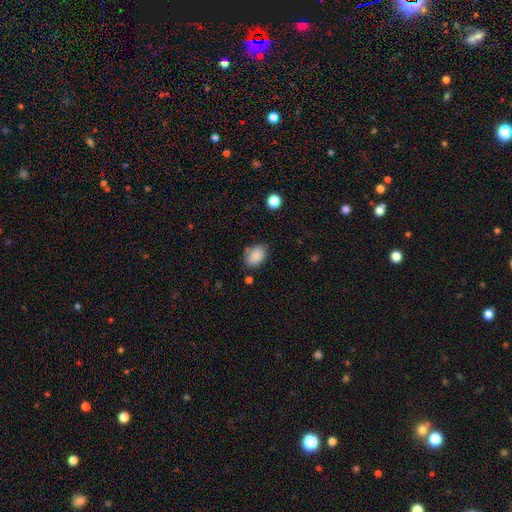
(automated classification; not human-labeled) Overall: smooth (88%). How rounded: in between (88%). Merging: none (75%).